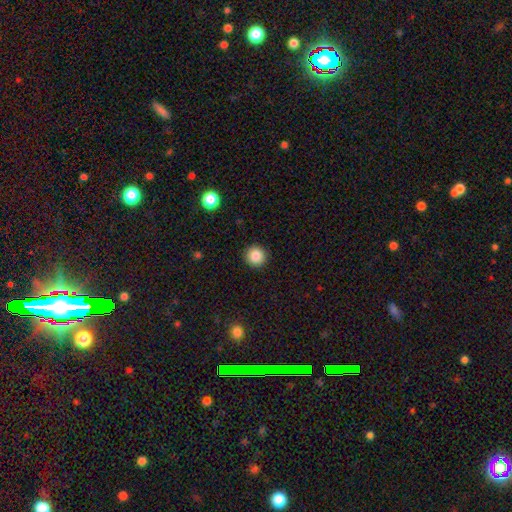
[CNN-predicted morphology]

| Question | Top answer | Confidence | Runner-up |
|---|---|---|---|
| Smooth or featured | smooth | 86% | star or artifact (10%) |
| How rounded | round | 94% | in between (5%) |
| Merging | none | 92% | minor disturbance (5%) |